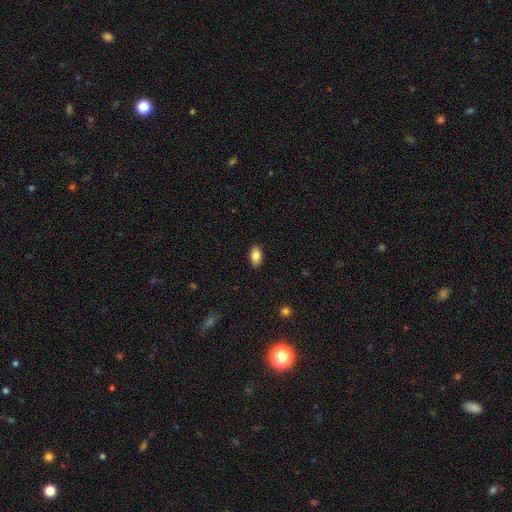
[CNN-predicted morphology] smooth-or-featured: smooth: 86% | star or artifact: 8% | featured or disk: 6%
  how-rounded: in between: 90% | round: 8% | cigar-shaped: 2%
  merging: none: 89% | minor disturbance: 8% | major disturbance: 2% | merger: 1%